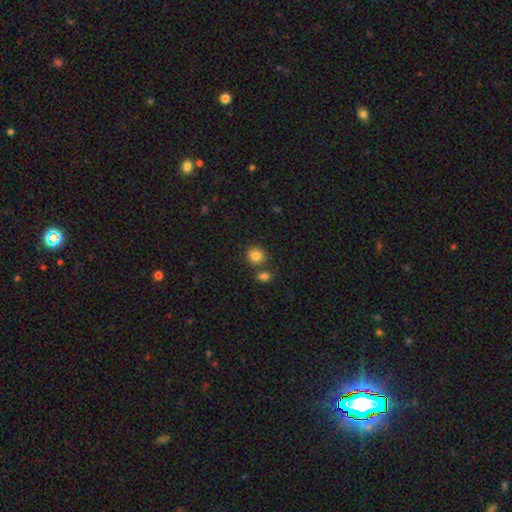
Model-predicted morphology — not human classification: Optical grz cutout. It shows a smooth galaxy with no disk features (84%) that is round (82%). Merging: none (71%).